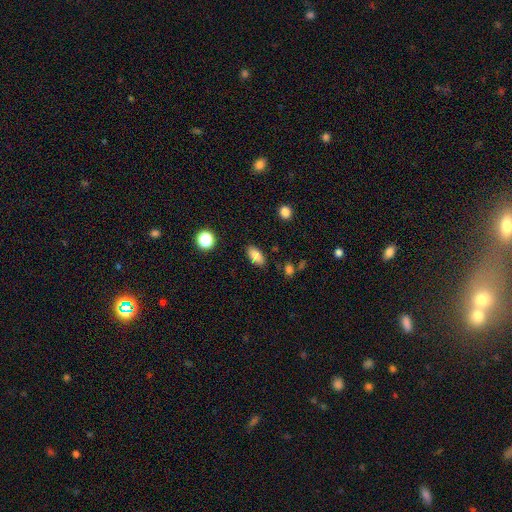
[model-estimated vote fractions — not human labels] smooth_or_featured: smooth (p=0.81) [alt: featured or disk p=0.10]
how_rounded: in between (p=0.88) [alt: cigar-shaped p=0.06]
merging: none (p=0.85) [alt: minor disturbance p=0.10]